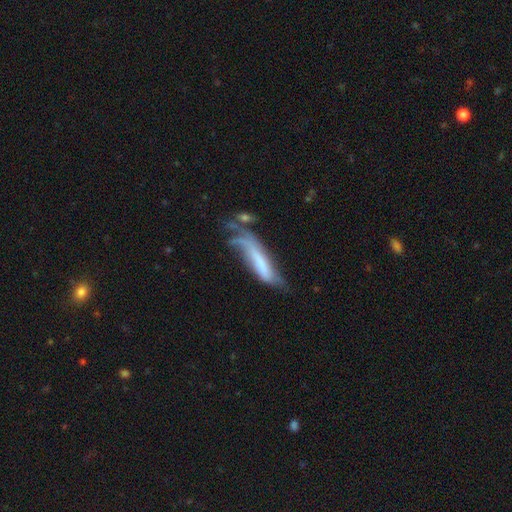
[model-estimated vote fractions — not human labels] A smooth galaxy with no disk features (50%).

Vote fractions:
- Smooth or featured? smooth: 50% / featured or disk: 40% / star or artifact: 11%
- Merging? none: 31% / major disturbance: 28% / minor disturbance: 26% / merger: 16%